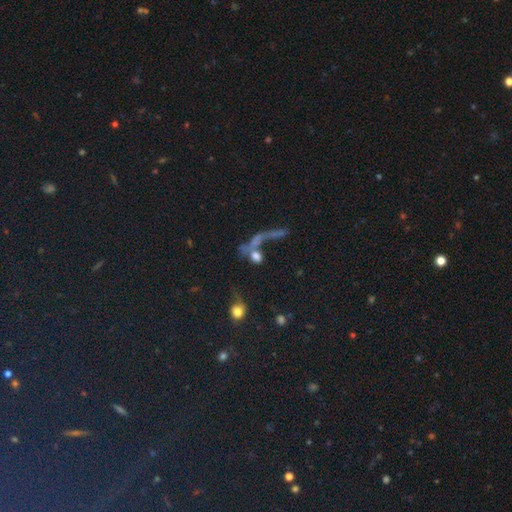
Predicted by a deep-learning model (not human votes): Smooth or featured? smooth (56%)
How rounded? round (47%)
Merging? merger (42%)